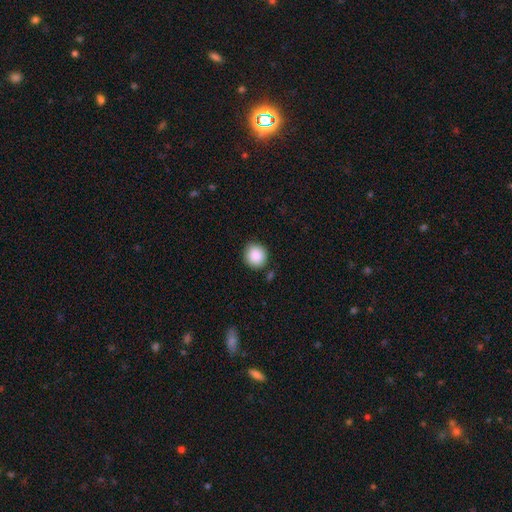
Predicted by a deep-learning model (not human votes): The model was most divided on "merging": none: 85%, minor disturbance: 10%, merger: 3%, major disturbance: 2%. More confident: how rounded — round (88%); smooth or featured — smooth (88%).